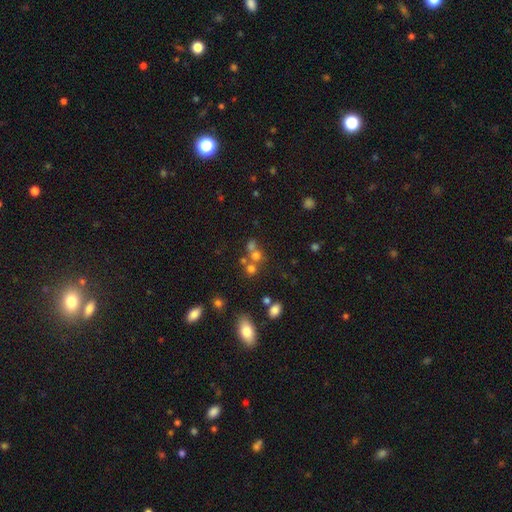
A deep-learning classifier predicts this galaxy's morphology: type=smooth (60%); roundness=round (82%); merging=none (46%).